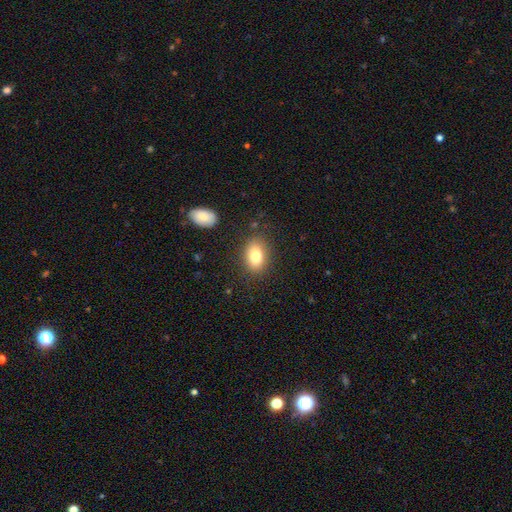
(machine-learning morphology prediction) This appears to be a smooth galaxy with no disk features (82%) that is in between round and cigar-shaped (85%). Merging: none (82%).